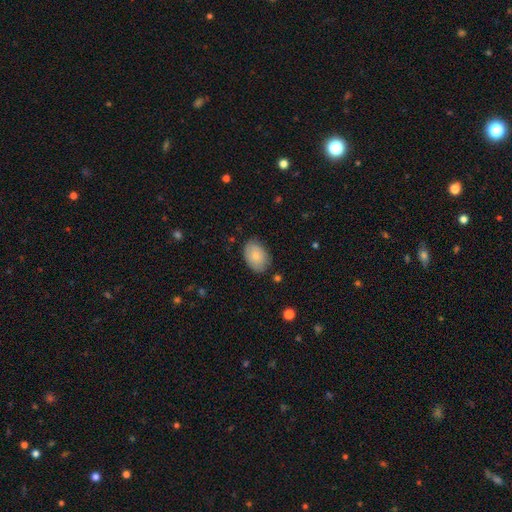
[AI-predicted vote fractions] Overall: smooth (80%). How rounded: in between (85%). Merging: none (76%).